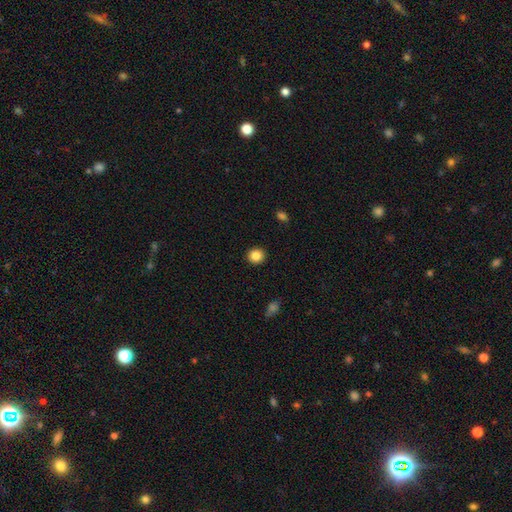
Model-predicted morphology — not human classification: smooth_or_featured: smooth (p=0.85) [alt: star or artifact p=0.10]
how_rounded: round (p=0.89) [alt: in between p=0.10]
merging: none (p=0.92) [alt: minor disturbance p=0.05]